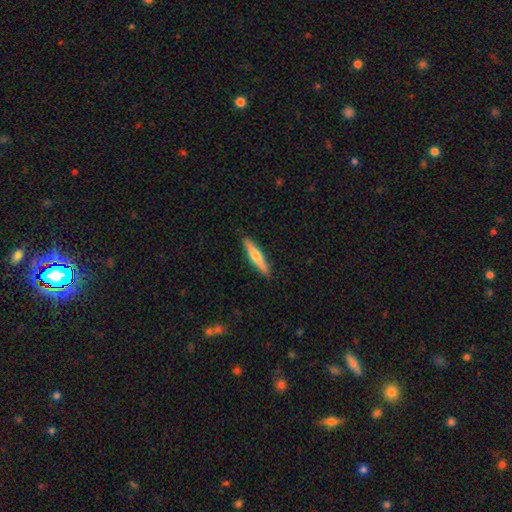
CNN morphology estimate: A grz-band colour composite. It shows a smooth galaxy with no disk features (54%) that is cigar-shaped (89%). Merging: none (90%).